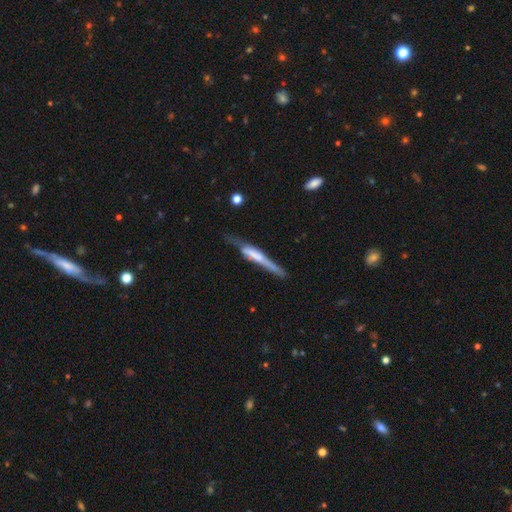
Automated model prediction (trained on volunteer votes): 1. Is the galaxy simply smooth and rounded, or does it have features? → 55% featured or disk, 39% smooth, 6% star or artifact.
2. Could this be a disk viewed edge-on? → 86% yes, 14% no.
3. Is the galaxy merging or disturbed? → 43% none, 31% minor disturbance, 20% major disturbance, 6% merger.